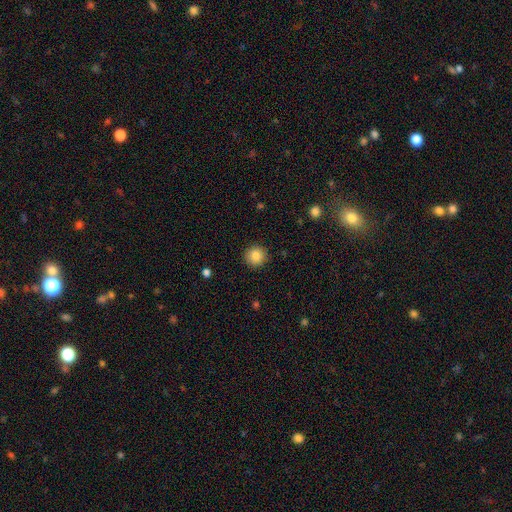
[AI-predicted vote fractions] A smooth galaxy with no disk features (85%) that is round (93%). Merging: none (91%).